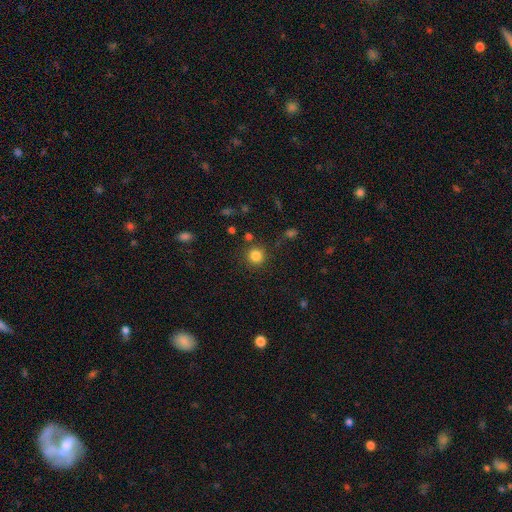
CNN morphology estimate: A smooth galaxy with no disk features (83%) that is round (94%). Merging: none (85%).